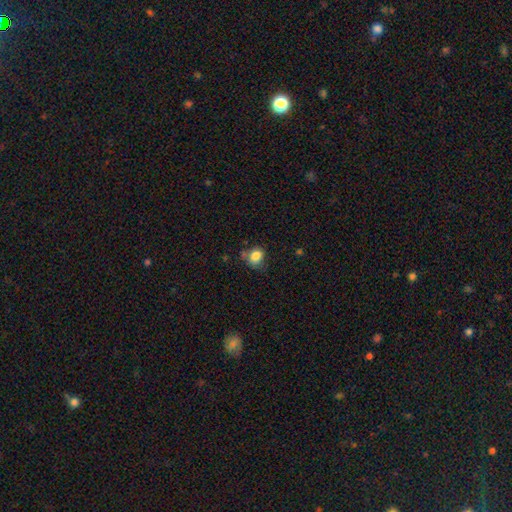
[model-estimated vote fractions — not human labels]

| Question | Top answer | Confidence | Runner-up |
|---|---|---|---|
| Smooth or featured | smooth | 83% | star or artifact (10%) |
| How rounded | round | 61% | in between (38%) |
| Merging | none | 62% | minor disturbance (25%) |